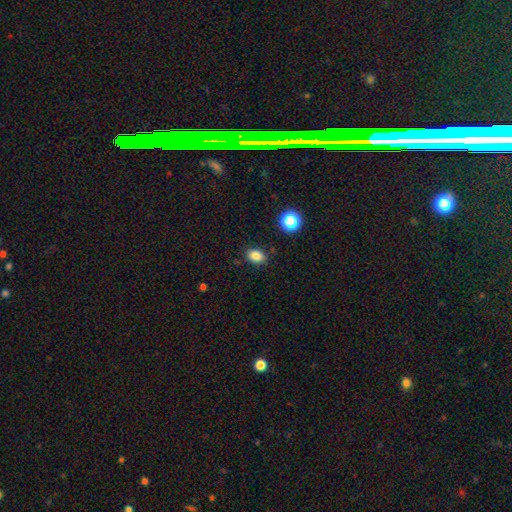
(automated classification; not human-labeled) This is clearly a smooth galaxy (84%). How rounded: likely in between (76%). Merging: clearly none (85%).